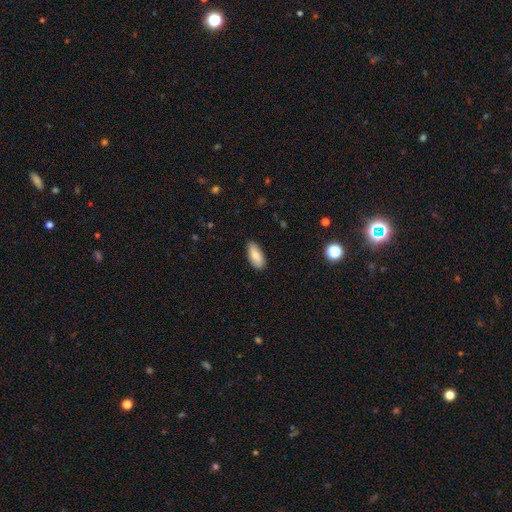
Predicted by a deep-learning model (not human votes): Smooth or featured? Predicted: smooth (p=0.80). How rounded? Predicted: in between (p=0.87). Merging? Predicted: none (p=0.86).